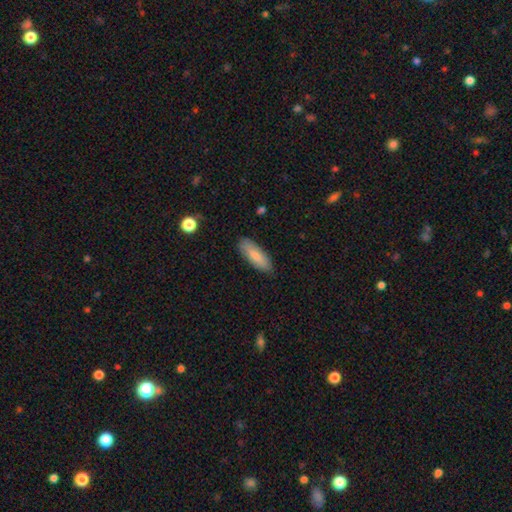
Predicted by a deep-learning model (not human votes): The model was most divided on "how rounded": in between: 67%, cigar-shaped: 31%, round: 2%. More confident: merging — none (84%); smooth or featured — smooth (81%).